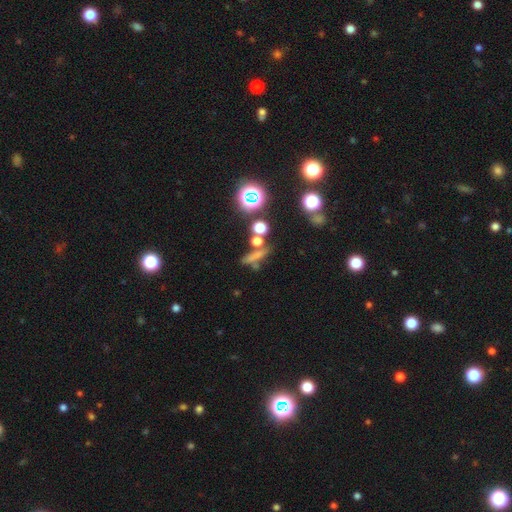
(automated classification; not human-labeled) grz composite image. It shows a smooth galaxy with no disk features (57%) that is cigar-shaped (59%). Merging: none (63%).